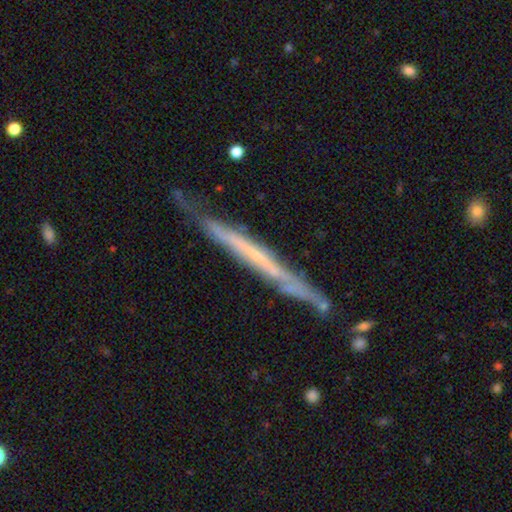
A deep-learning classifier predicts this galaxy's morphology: Q: Smooth or featured?
A: featured or disk (70%); runner-up: smooth (24%)
Q: Edge-on disk?
A: yes (91%); runner-up: no (9%)
Q: Edge-on bulge?
A: none (78%); runner-up: rounded (16%)
Q: Merging?
A: none (69%); runner-up: minor disturbance (23%)